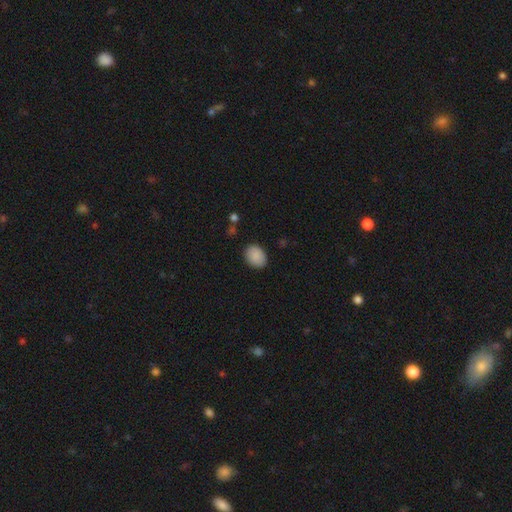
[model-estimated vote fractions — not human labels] Smooth or featured?
  - smooth: 89% *
  - star or artifact: 7%
  - featured or disk: 3%
How rounded?
  - in between: 66% *
  - round: 33%
  - cigar-shaped: 1%
Merging?
  - none: 87% *
  - minor disturbance: 9%
  - major disturbance: 2%
  - merger: 1%